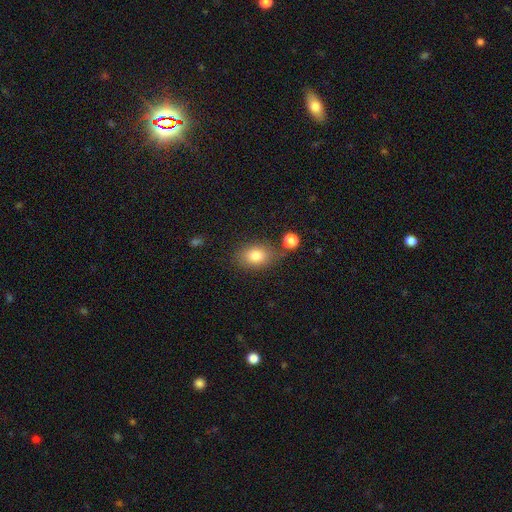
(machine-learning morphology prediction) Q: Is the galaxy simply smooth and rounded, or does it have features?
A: smooth — 82%.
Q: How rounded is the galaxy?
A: in between — 75%.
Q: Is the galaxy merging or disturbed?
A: none — 70%.